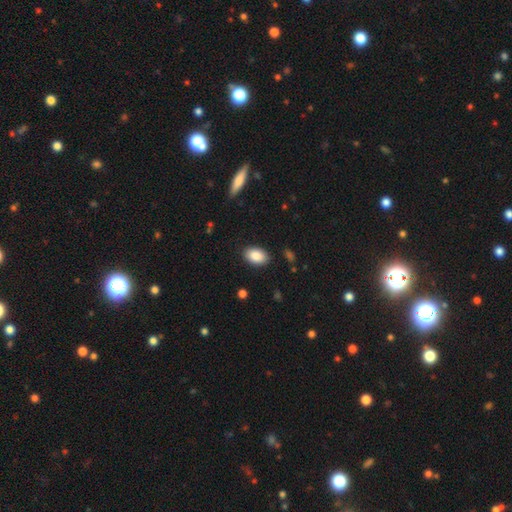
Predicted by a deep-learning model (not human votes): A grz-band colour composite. It shows a smooth galaxy with no disk features (88%) that is in between round and cigar-shaped (90%). Merging: none (88%).